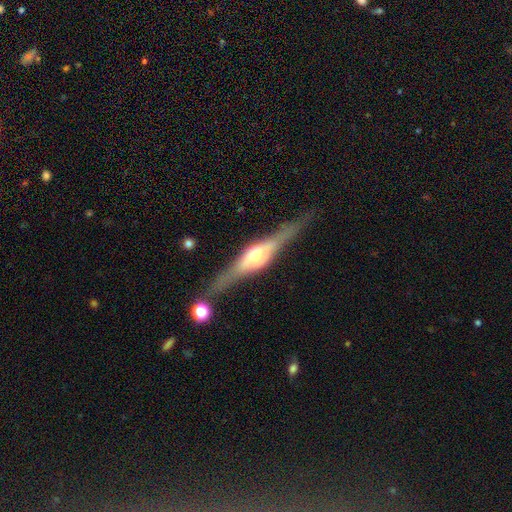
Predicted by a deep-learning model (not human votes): A featured or disk galaxy (80%) viewed edge-on (96%) with a rounded central bulge (86%).

Vote fractions:
- Smooth or featured? featured or disk: 80% / smooth: 15% / star or artifact: 5%
- Edge-on disk? yes: 96% / no: 4%
- Edge-on bulge? rounded: 86% / boxy: 12% / none: 3%
- Merging? none: 82% / minor disturbance: 12% / major disturbance: 4% / merger: 2%